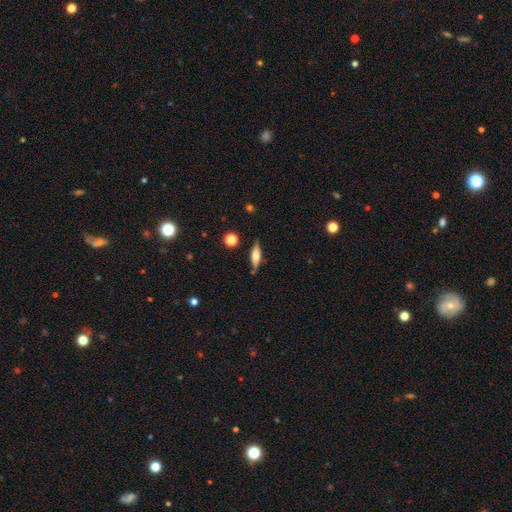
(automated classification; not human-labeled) Q: Smooth or featured?
A: featured or disk (50%); runner-up: smooth (43%)
Q: Merging?
A: none (81%); runner-up: minor disturbance (13%)